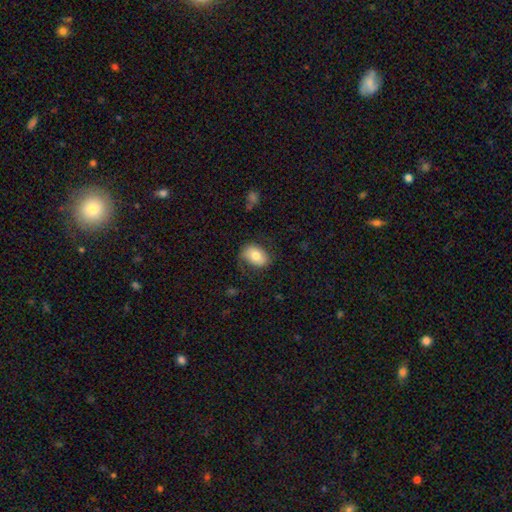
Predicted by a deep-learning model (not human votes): smooth-or-featured: smooth: 73% | featured or disk: 20% | star or artifact: 7%
  how-rounded: in between: 82% | round: 17% | cigar-shaped: 1%
  merging: none: 71% | minor disturbance: 20% | major disturbance: 7% | merger: 1%